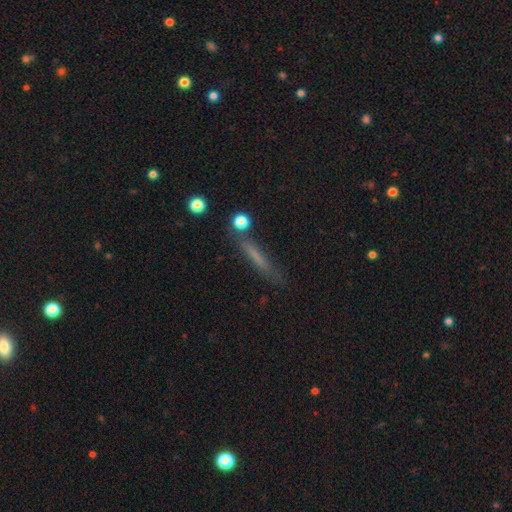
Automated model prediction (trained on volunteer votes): This is possibly a smooth galaxy (57%). How rounded: clearly cigar-shaped (89%). Merging: likely none (71%).